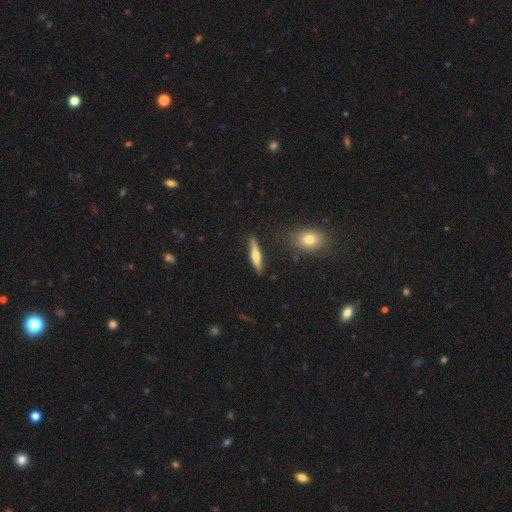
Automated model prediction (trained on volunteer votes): Overall: smooth (50%; featured or disk 44%). How rounded: cigar-shaped (85%). Merging: none (85%).